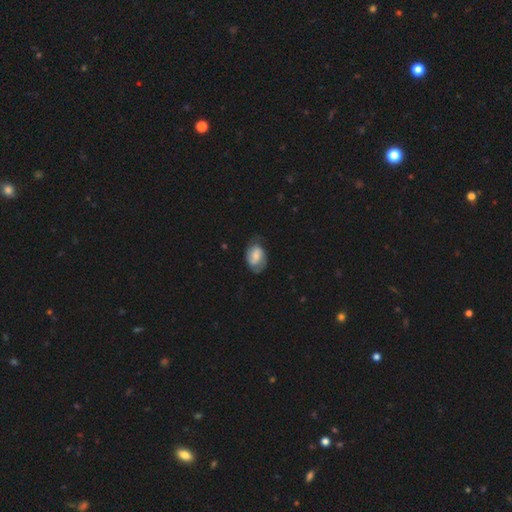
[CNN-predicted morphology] This is possibly a smooth galaxy (48%). Merging: likely none (64%).